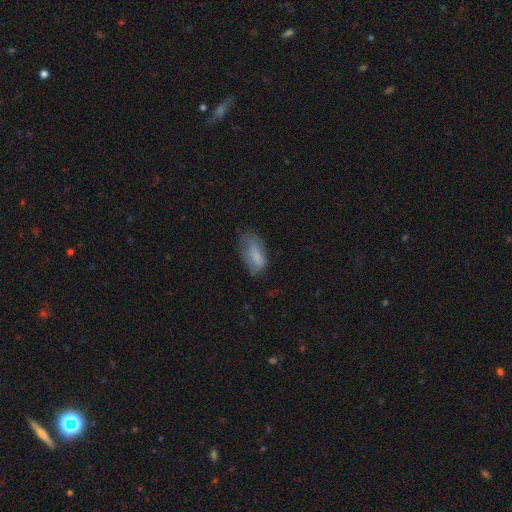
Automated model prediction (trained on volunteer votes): Smooth or featured? Predicted: smooth (p=0.73). How rounded? Predicted: in between (p=0.88). Merging? Predicted: none (p=0.47).